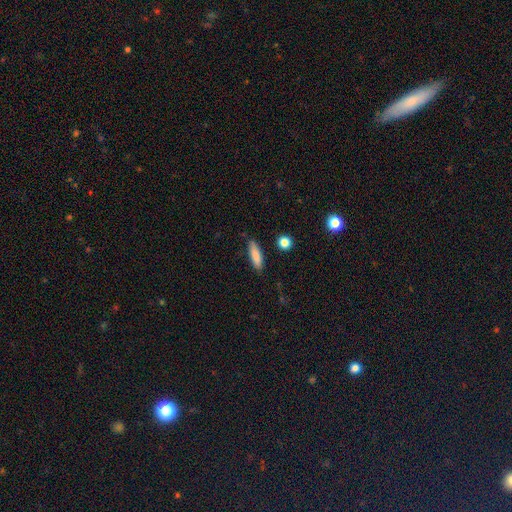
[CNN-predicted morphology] This is clearly a smooth galaxy (84%). How rounded: likely cigar-shaped (61%). Merging: clearly none (84%).